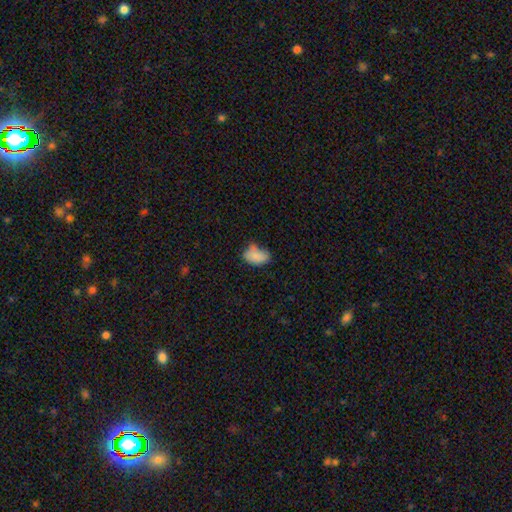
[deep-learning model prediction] Smooth or featured: smooth — 81% (featured or disk — 10%)
How rounded: in between — 85% (round — 13%)
Merging: none — 41% (minor disturbance — 36%)